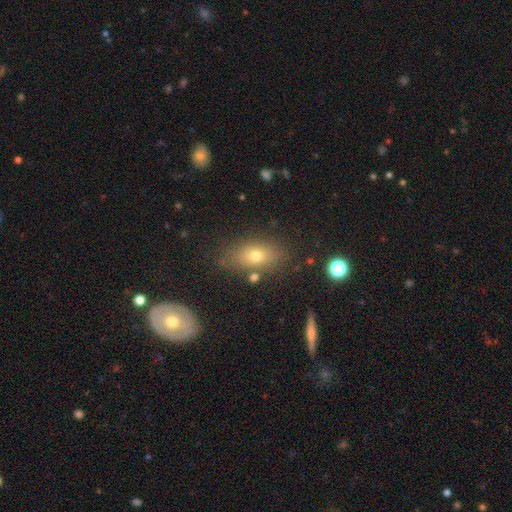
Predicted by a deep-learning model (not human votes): This appears to be a smooth galaxy with no disk features (69%) that is in between round and cigar-shaped (80%). Merging: none (78%).